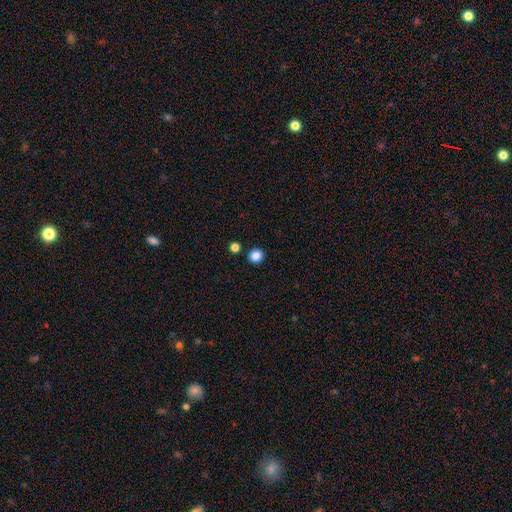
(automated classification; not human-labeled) Morphology: type=smooth (86%); roundness=round (90%); merging=none (89%).